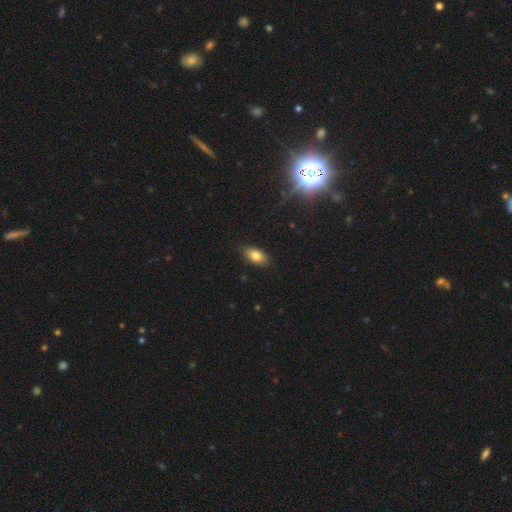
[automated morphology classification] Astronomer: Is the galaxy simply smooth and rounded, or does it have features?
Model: smooth — 81%.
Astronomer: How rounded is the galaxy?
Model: in between — 90%.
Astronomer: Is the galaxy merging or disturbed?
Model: none — 86%.